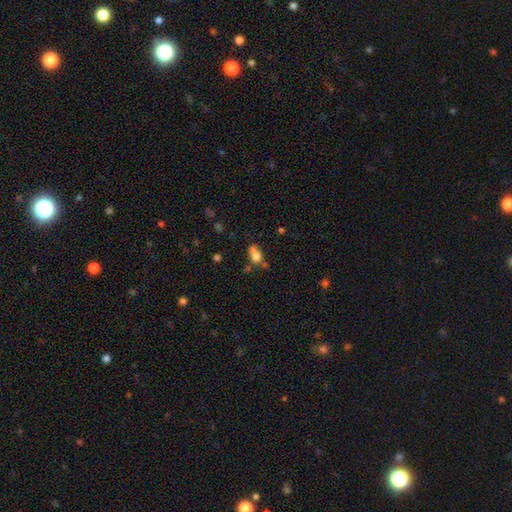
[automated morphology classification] A smooth galaxy with no disk features (72%) that is in between round and cigar-shaped (70%). Merging: none (37%).